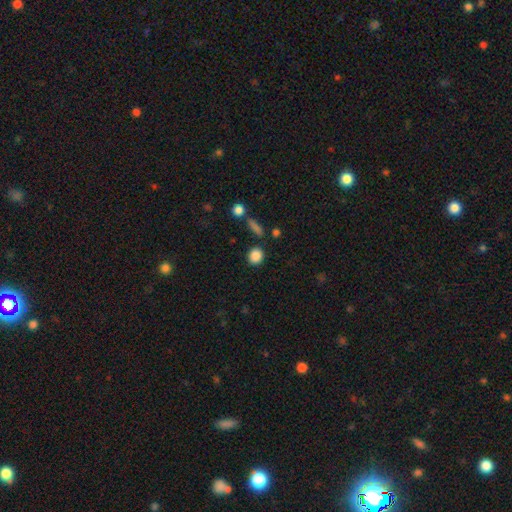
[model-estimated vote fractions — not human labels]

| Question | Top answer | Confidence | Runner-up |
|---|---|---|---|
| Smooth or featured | smooth | 86% | star or artifact (10%) |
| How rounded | round | 73% | in between (25%) |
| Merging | none | 83% | minor disturbance (9%) |